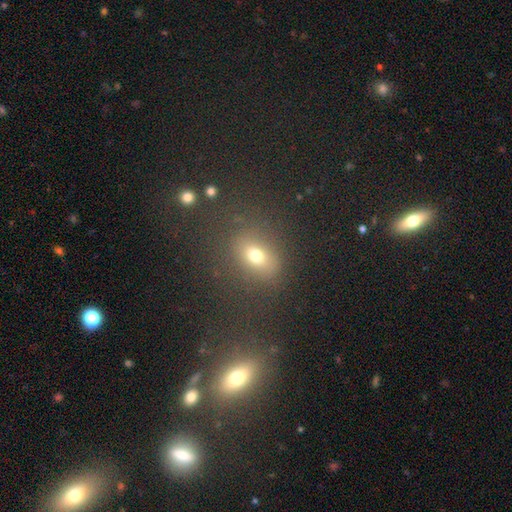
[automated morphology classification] Smooth or featured?
  - smooth: 69% *
  - star or artifact: 20%
  - featured or disk: 12%
How rounded?
  - in between: 59% *
  - round: 38%
  - cigar-shaped: 3%
Merging?
  - none: 76% *
  - minor disturbance: 12%
  - major disturbance: 8%
  - merger: 4%